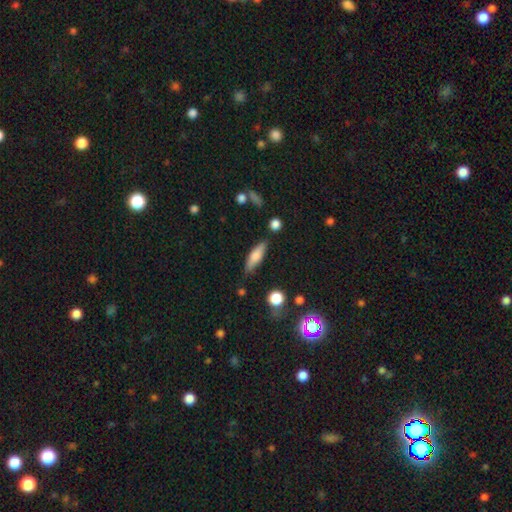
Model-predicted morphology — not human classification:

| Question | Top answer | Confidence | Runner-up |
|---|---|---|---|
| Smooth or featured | smooth | 72% | featured or disk (21%) |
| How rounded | cigar-shaped | 53% | in between (44%) |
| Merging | none | 77% | minor disturbance (16%) |